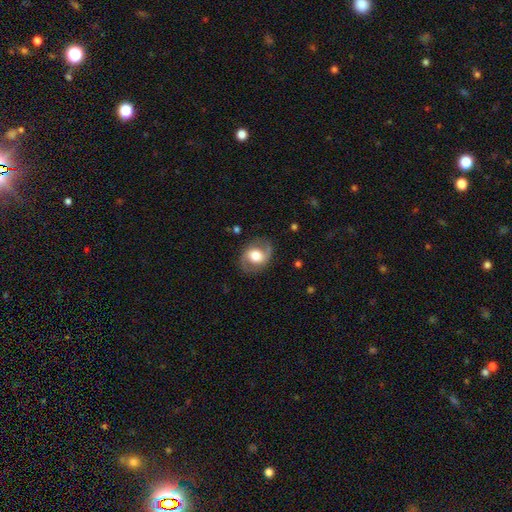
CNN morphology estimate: type=featured or disk (63%); edge-on=no (96%); bar=no (52%); spiral arms=yes (81%); bulge=large (45%); merging=none (79%).